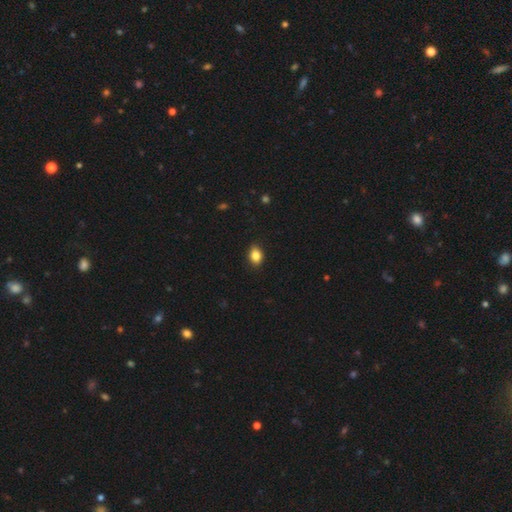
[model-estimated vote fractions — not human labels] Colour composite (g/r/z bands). It shows a smooth galaxy with no disk features (85%) that is in between round and cigar-shaped (70%). Merging: none (88%).